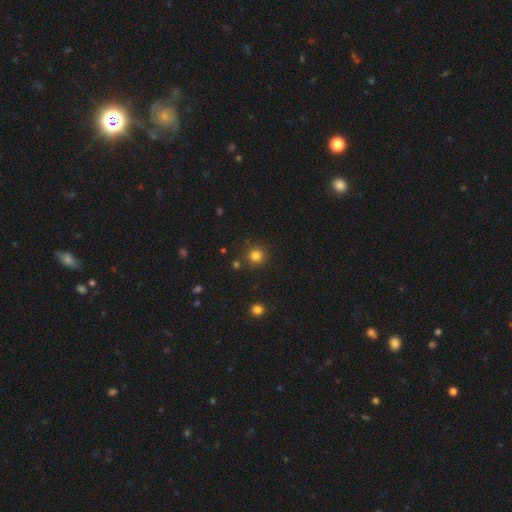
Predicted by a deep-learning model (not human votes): The model was most divided on "smooth or featured": smooth: 81%, star or artifact: 14%, featured or disk: 5%. More confident: how rounded — round (93%); merging — none (86%).